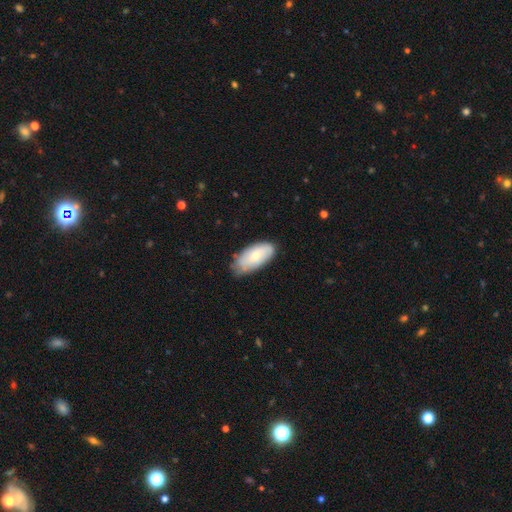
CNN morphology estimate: Smooth or featured? smooth (68%)
How rounded? in between (92%)
Merging? none (67%)